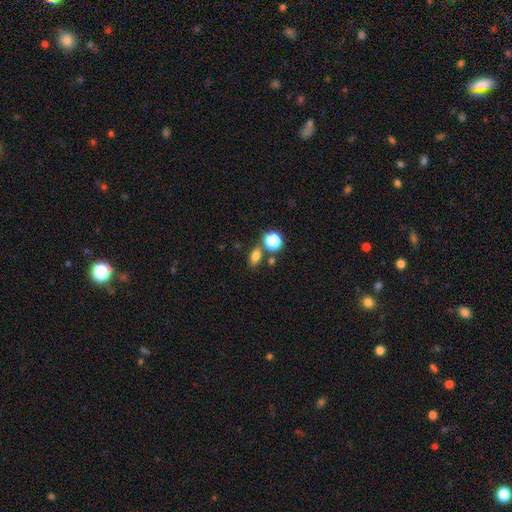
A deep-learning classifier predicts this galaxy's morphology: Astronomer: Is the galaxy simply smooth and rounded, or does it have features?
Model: smooth — 76%.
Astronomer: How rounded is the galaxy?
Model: in between — 72%.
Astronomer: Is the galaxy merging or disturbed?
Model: none — 70%.